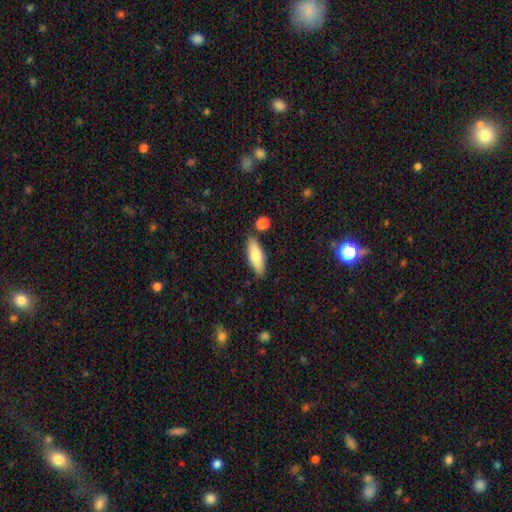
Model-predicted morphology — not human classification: Q: Smooth or featured?
A: smooth (77%); runner-up: featured or disk (17%)
Q: How rounded?
A: in between (65%); runner-up: cigar-shaped (33%)
Q: Merging?
A: none (81%); runner-up: minor disturbance (12%)